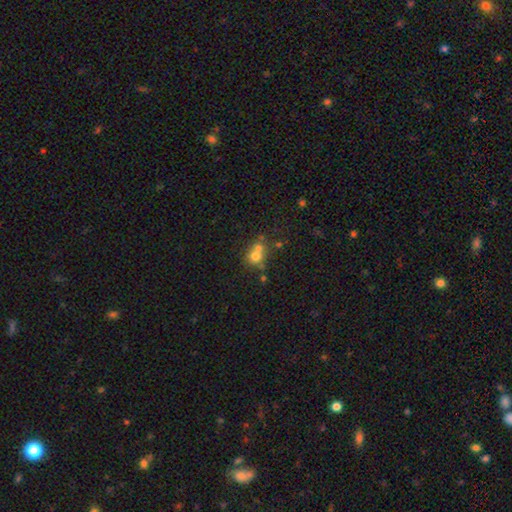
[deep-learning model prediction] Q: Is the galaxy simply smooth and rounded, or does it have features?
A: smooth — 66%.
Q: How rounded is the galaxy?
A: round — 81%.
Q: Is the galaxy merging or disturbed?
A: merger — 51%.